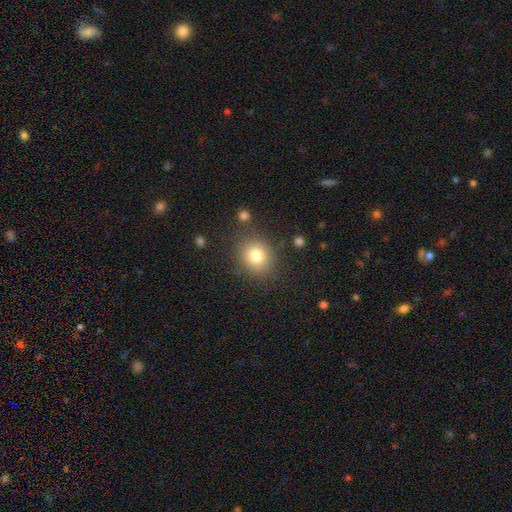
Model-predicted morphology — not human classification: smooth 79%, star or artifact 12%, featured or disk 9%. Down the decision tree: how rounded — round (79%); merging — none (83%).